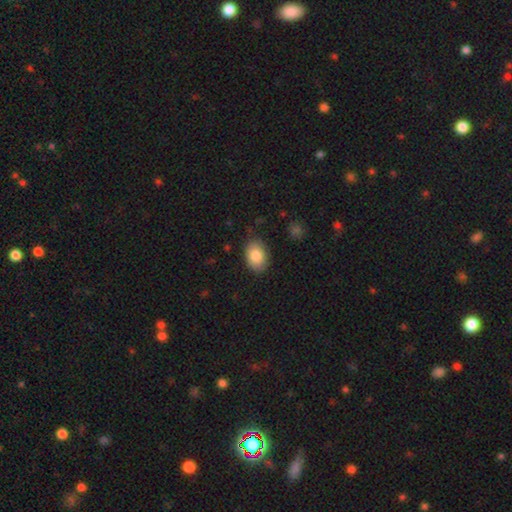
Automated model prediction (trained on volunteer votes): The model was most divided on "how rounded": in between: 84%, round: 15%, cigar-shaped: 1%. More confident: merging — none (85%); smooth or featured — smooth (85%).